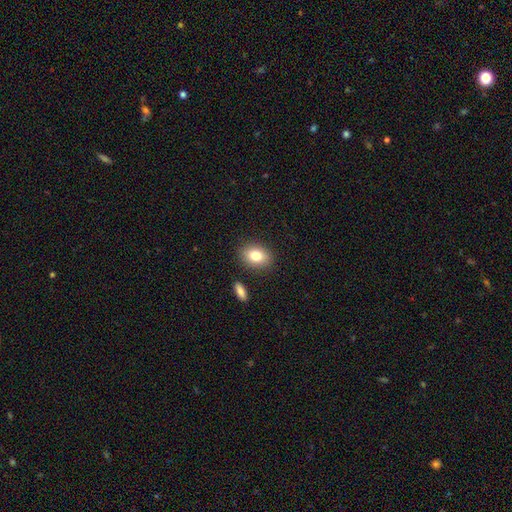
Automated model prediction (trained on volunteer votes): smooth 81%, featured or disk 11%, star or artifact 9%. Down the decision tree: how rounded — in between (73%); merging — none (86%).